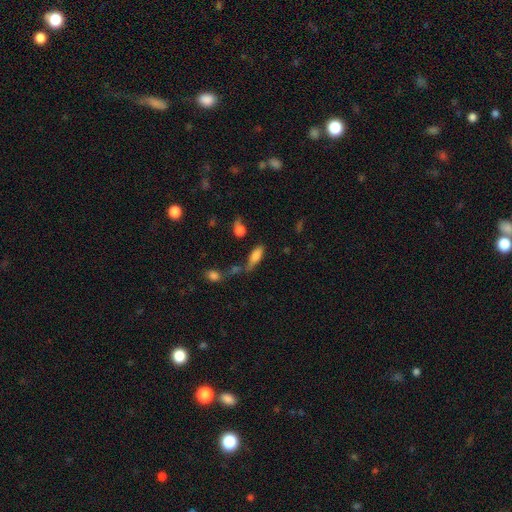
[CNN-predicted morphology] Smooth or featured? smooth (78%)
How rounded? in between (69%)
Merging? none (47%)